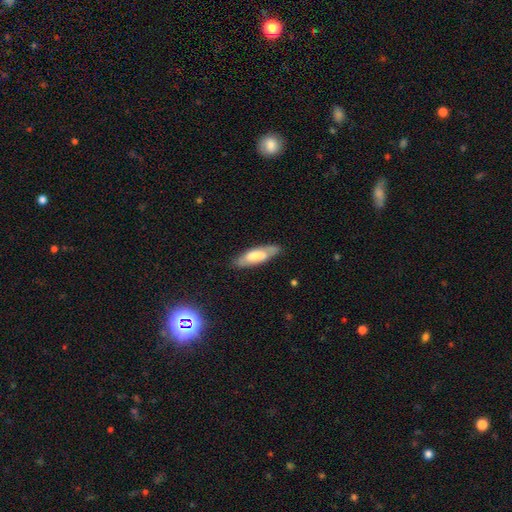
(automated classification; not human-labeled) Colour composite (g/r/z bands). It shows a smooth galaxy with no disk features (61%) that is in between round and cigar-shaped (53%). Merging: none (75%).